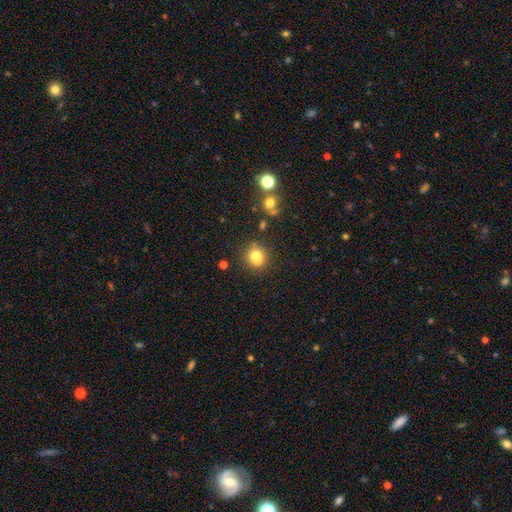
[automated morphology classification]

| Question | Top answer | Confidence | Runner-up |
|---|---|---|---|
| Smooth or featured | smooth | 71% | featured or disk (15%) |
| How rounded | round | 79% | in between (20%) |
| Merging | none | 54% | merger (30%) |